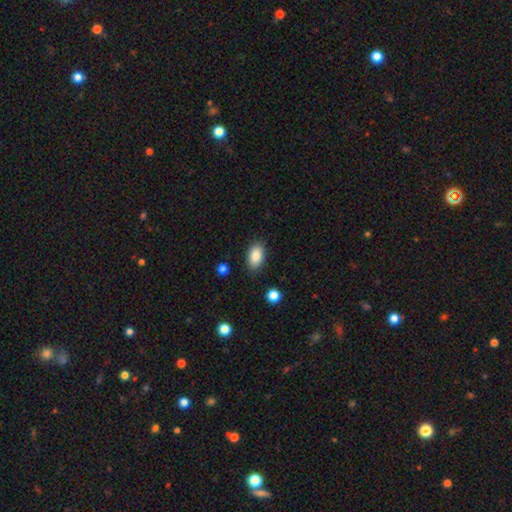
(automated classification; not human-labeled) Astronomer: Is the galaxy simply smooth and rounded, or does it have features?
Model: smooth — 86%.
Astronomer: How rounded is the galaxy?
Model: in between — 92%.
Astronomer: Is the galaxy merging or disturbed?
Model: none — 87%.